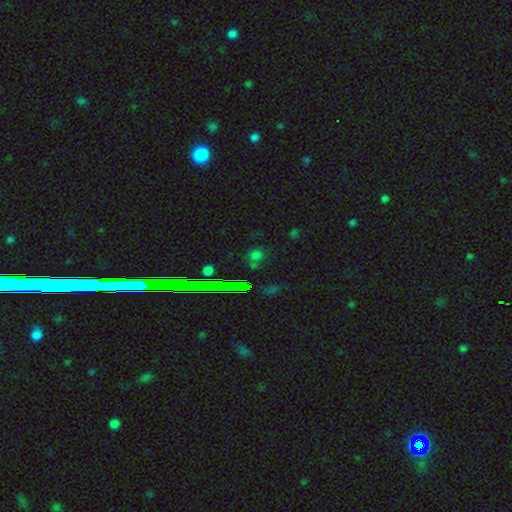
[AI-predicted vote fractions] Smooth or featured? smooth (47%)
Merging? none (73%)